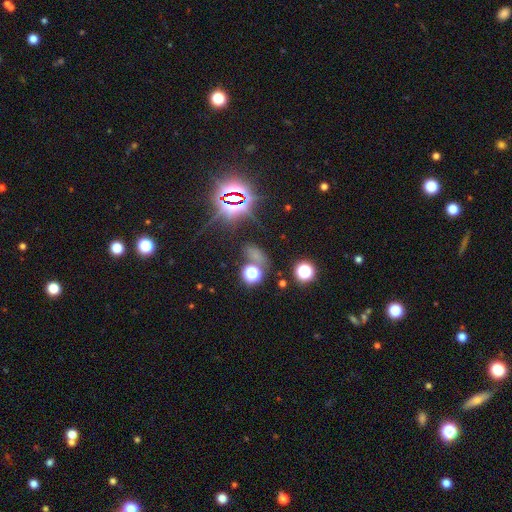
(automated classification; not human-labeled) A star or artifact, not a galaxy (49%).

Vote fractions:
- Smooth or featured? star or artifact: 49% / smooth: 42% / featured or disk: 9%